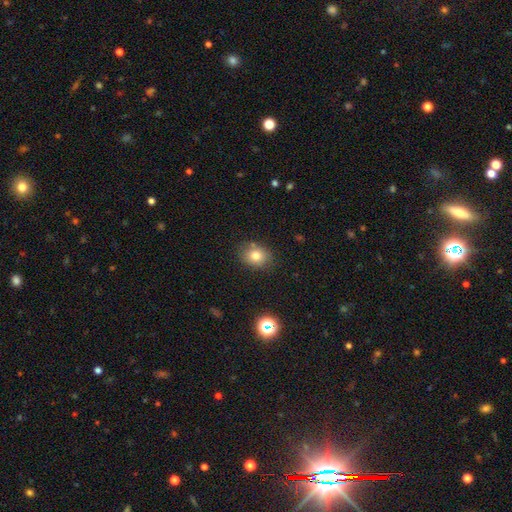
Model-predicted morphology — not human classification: smooth-or-featured: smooth: 79% | star or artifact: 12% | featured or disk: 10%
  how-rounded: round: 51% | in between: 48% | cigar-shaped: 1%
  merging: none: 80% | minor disturbance: 14% | merger: 3% | major disturbance: 3%